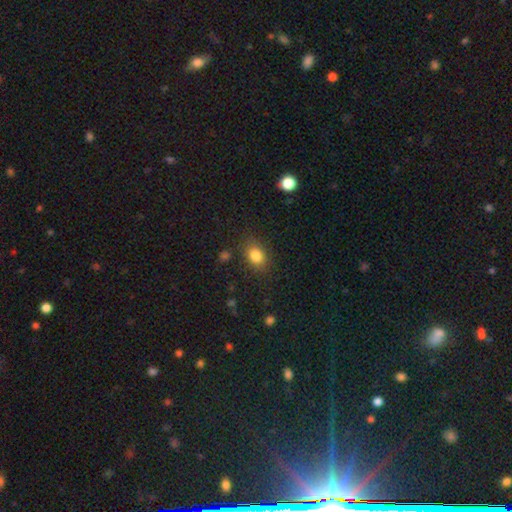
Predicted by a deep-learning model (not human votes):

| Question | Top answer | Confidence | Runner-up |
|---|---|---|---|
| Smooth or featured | smooth | 83% | star or artifact (10%) |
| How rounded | in between | 65% | round (34%) |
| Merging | none | 82% | minor disturbance (12%) |